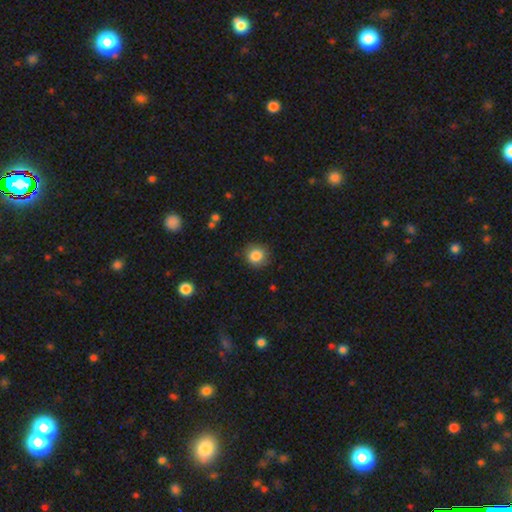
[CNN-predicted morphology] type=smooth (85%); roundness=round (90%); merging=none (86%).